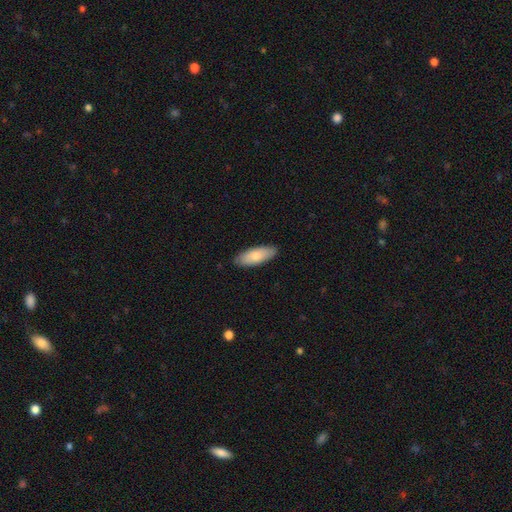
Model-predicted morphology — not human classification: A smooth galaxy with no disk features (80%) that is in between round and cigar-shaped (76%).

Vote fractions:
- Smooth or featured? smooth: 80% / featured or disk: 15% / star or artifact: 5%
- How rounded? in between: 76% / cigar-shaped: 23% / round: 2%
- Merging? none: 87% / minor disturbance: 10% / major disturbance: 2% / merger: 1%